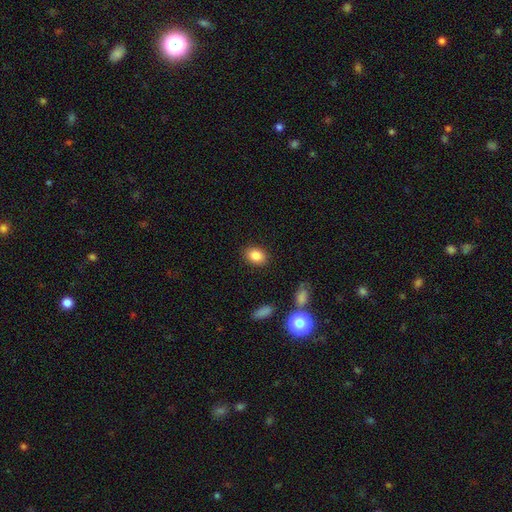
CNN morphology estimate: A smooth galaxy with no disk features (84%) that is in between round and cigar-shaped (70%).

Vote fractions:
- Smooth or featured? smooth: 84% / star or artifact: 9% / featured or disk: 6%
- How rounded? in between: 70% / round: 29% / cigar-shaped: 1%
- Merging? none: 87% / minor disturbance: 9% / major disturbance: 3% / merger: 2%